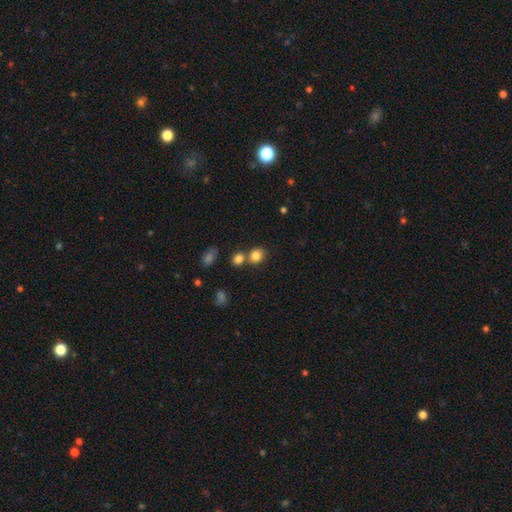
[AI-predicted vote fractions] smooth 82%, star or artifact 11%, featured or disk 7%. Down the decision tree: how rounded — round (66%); merging — none (58%).